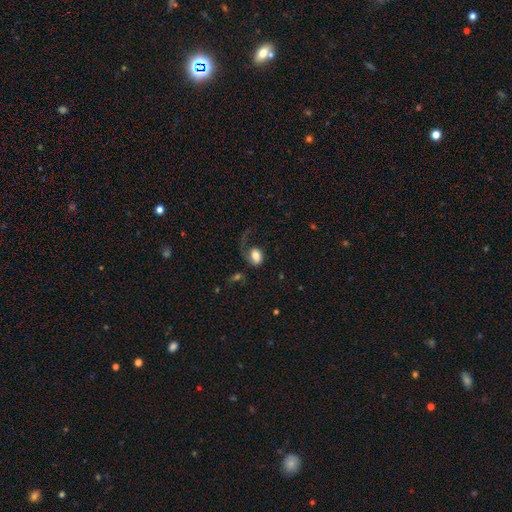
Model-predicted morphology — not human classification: This appears to be a smooth galaxy with no disk features (64%) that is in between round and cigar-shaped (71%). Merging: major disturbance (47%).